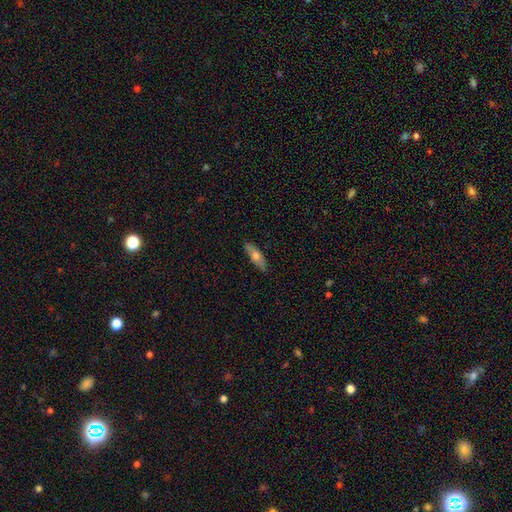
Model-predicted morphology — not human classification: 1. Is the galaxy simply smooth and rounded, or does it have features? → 59% smooth, 35% featured or disk, 6% star or artifact.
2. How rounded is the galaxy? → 53% in between, 45% cigar-shaped, 3% round.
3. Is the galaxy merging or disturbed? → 86% none, 11% minor disturbance, 2% major disturbance, 1% merger.